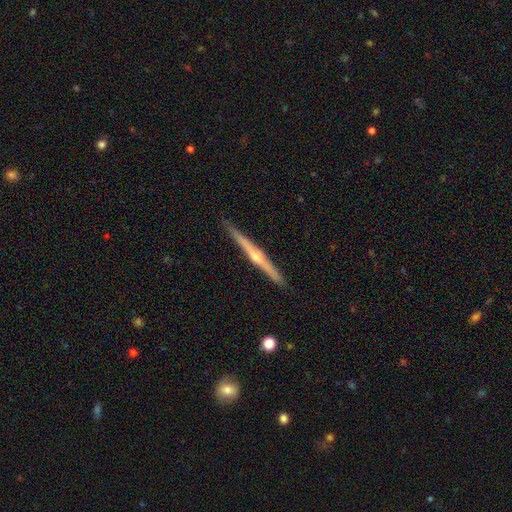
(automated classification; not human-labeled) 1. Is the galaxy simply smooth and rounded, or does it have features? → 80% featured or disk, 14% smooth, 5% star or artifact.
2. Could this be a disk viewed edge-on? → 98% yes, 2% no.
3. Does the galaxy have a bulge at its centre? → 84% rounded, 12% none, 4% boxy.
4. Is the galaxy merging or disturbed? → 91% none, 6% minor disturbance, 1% merger, 1% major disturbance.